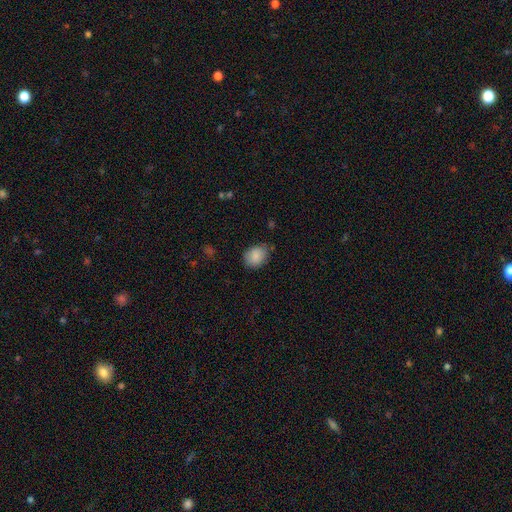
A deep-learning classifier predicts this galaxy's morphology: A smooth galaxy with no disk features (87%) that is in between round and cigar-shaped (62%). Merging: none (73%).